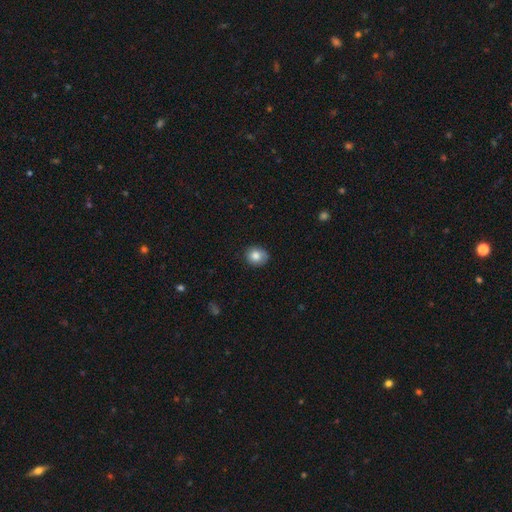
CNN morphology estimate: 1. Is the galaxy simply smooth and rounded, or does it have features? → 82% smooth, 9% star or artifact, 9% featured or disk.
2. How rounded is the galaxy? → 78% round, 21% in between, 1% cigar-shaped.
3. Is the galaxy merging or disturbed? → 80% none, 16% minor disturbance, 3% major disturbance, 1% merger.